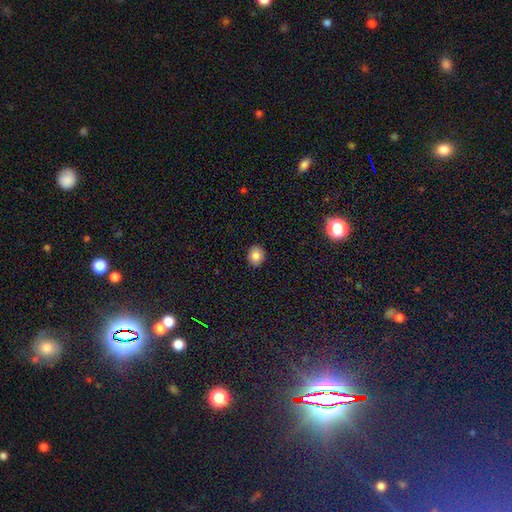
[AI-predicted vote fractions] smooth 82%, star or artifact 10%, featured or disk 8%. Down the decision tree: how rounded — round (72%); merging — none (90%).